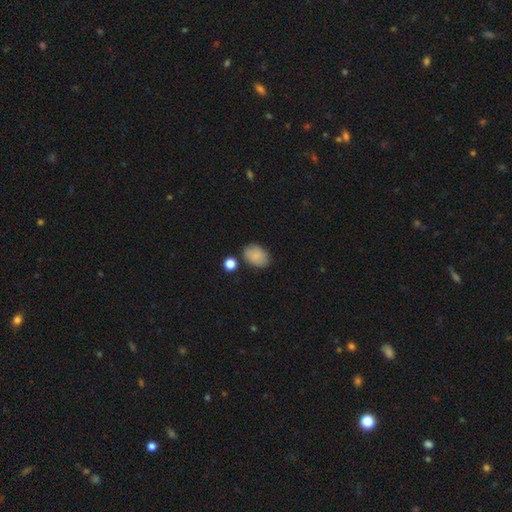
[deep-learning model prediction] Smooth or featured: smooth — 84% (star or artifact — 8%)
How rounded: in between — 80% (round — 19%)
Merging: none — 77% (minor disturbance — 15%)